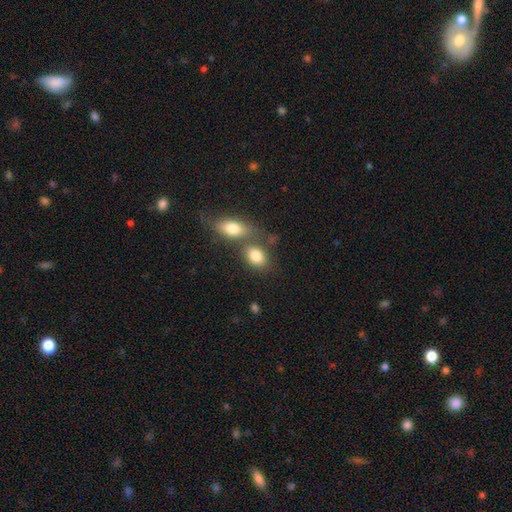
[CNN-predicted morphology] This is clearly a smooth galaxy (82%). How rounded: likely in between (74%). Merging: possibly none (46%).